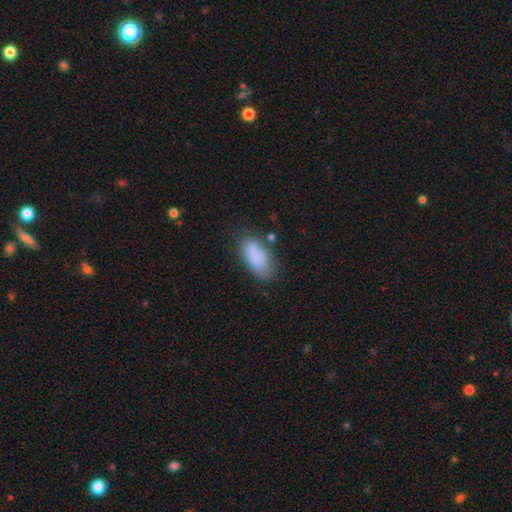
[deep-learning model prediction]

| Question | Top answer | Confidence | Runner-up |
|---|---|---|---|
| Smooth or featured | smooth | 86% | star or artifact (8%) |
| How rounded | in between | 88% | cigar-shaped (9%) |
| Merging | none | 71% | minor disturbance (20%) |